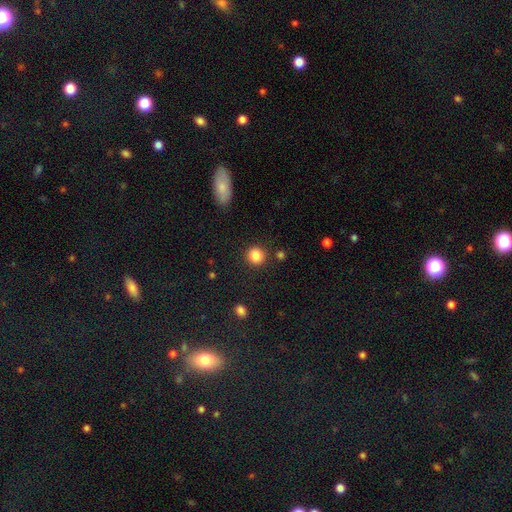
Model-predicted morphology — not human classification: type=smooth (85%); roundness=round (90%); merging=none (89%).